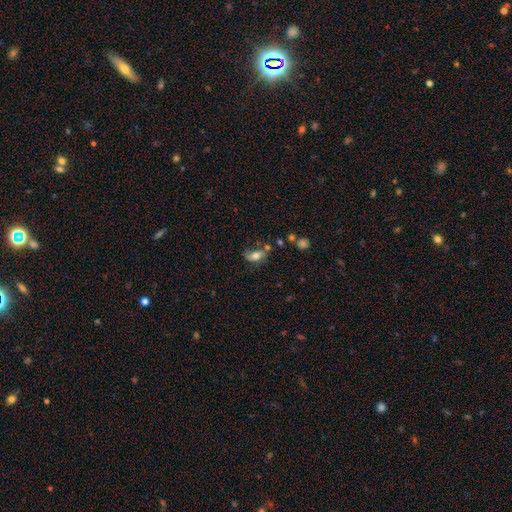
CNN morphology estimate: Smooth or featured?
  - smooth: 64% *
  - featured or disk: 26%
  - star or artifact: 10%
How rounded?
  - in between: 84% *
  - round: 11%
  - cigar-shaped: 5%
Merging?
  - none: 42% *
  - minor disturbance: 29%
  - major disturbance: 17%
  - merger: 12%